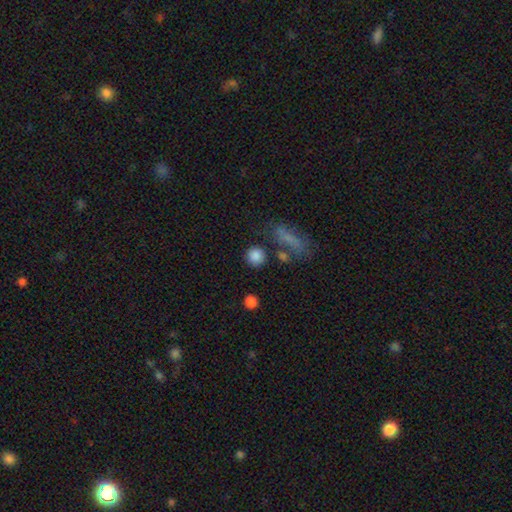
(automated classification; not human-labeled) Smooth or featured: smooth — 85% (star or artifact — 10%)
How rounded: round — 91% (in between — 7%)
Merging: none — 79% (minor disturbance — 9%)